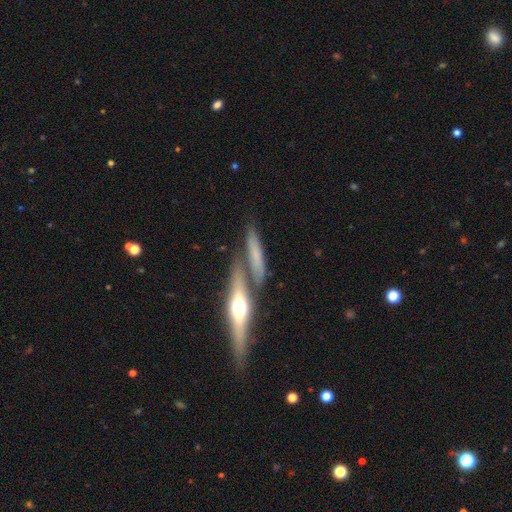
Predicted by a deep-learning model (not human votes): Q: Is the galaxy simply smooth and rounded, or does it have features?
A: featured or disk — 55%.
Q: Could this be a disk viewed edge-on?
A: yes — 90%.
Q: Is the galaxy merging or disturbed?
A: none — 61%.